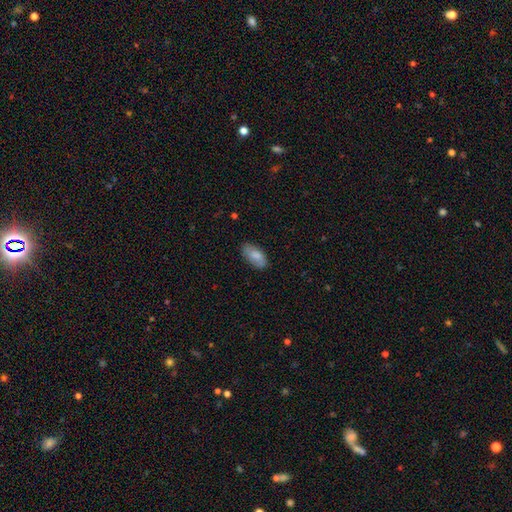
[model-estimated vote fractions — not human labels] Smooth or featured?
  - smooth: 81% *
  - featured or disk: 13%
  - star or artifact: 6%
How rounded?
  - in between: 93% *
  - cigar-shaped: 5%
  - round: 2%
Merging?
  - none: 82% *
  - minor disturbance: 14%
  - major disturbance: 3%
  - merger: 1%